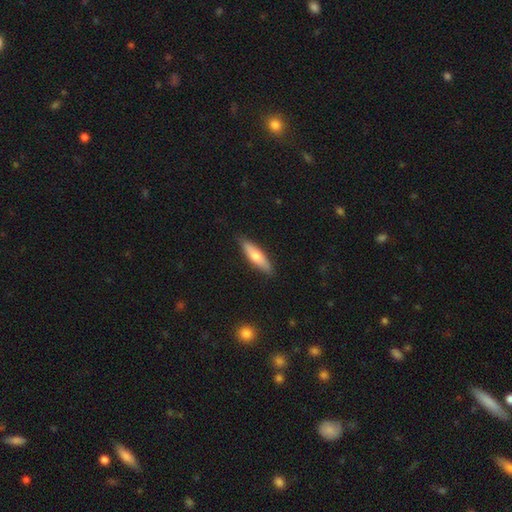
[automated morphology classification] Smooth or featured? Predicted: smooth (p=0.61). How rounded? Predicted: cigar-shaped (p=0.66). Merging? Predicted: none (p=0.86).